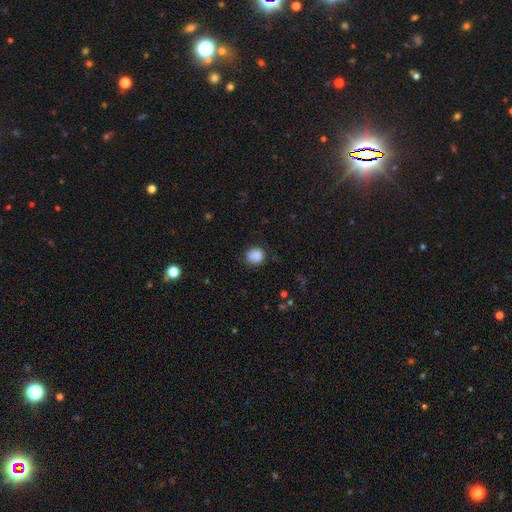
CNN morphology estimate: Smooth or featured?
  - smooth: 86% *
  - star or artifact: 9%
  - featured or disk: 4%
How rounded?
  - round: 84% *
  - in between: 15%
  - cigar-shaped: 1%
Merging?
  - none: 77% *
  - minor disturbance: 17%
  - major disturbance: 4%
  - merger: 2%